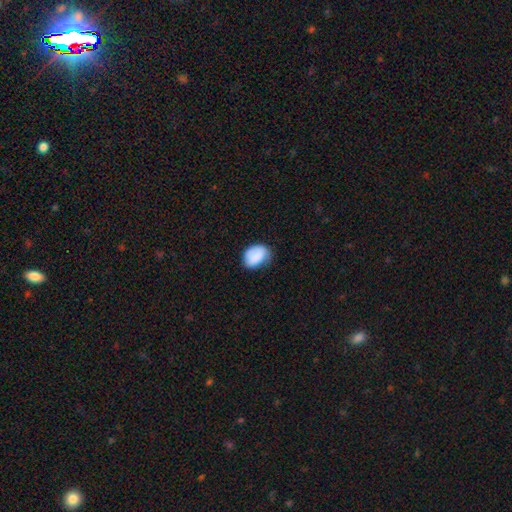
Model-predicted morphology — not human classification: This appears to be a smooth galaxy with no disk features (83%) that is in between round and cigar-shaped (74%). Merging: none (60%).